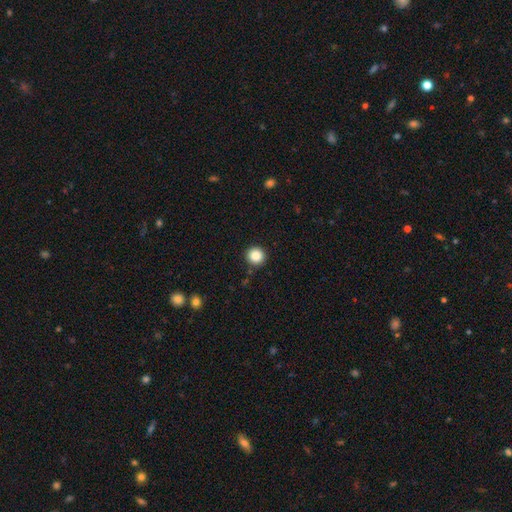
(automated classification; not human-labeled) smooth-or-featured: smooth: 87% | star or artifact: 10% | featured or disk: 4%
  how-rounded: round: 95% | in between: 4% | cigar-shaped: 1%
  merging: none: 91% | minor disturbance: 6% | major disturbance: 2% | merger: 1%